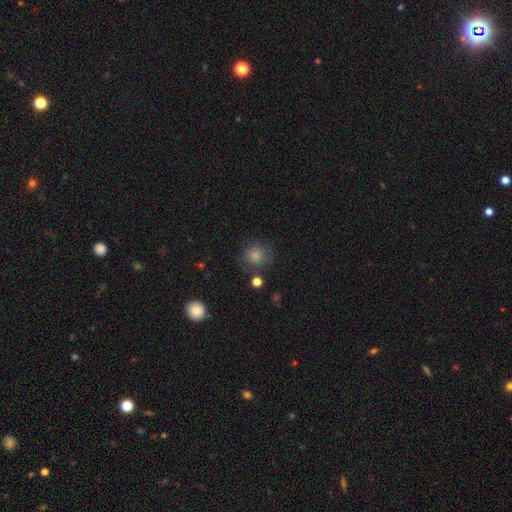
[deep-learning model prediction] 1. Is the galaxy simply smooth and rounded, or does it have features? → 80% smooth, 12% star or artifact, 8% featured or disk.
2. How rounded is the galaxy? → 86% round, 13% in between, 1% cigar-shaped.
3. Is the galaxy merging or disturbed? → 74% none, 16% minor disturbance, 7% major disturbance, 4% merger.